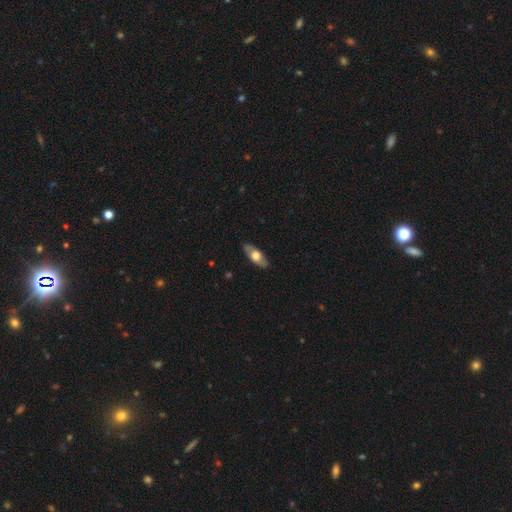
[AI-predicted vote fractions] Smooth or featured?
  - smooth: 51% *
  - featured or disk: 44%
  - star or artifact: 5%
How rounded?
  - in between: 78% *
  - cigar-shaped: 19%
  - round: 4%
Merging?
  - none: 86% *
  - minor disturbance: 11%
  - major disturbance: 2%
  - merger: 1%